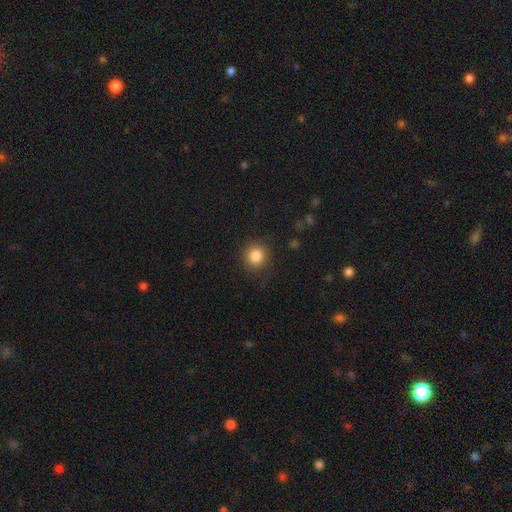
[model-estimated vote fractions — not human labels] Morphology: type=smooth (84%); roundness=round (89%); merging=none (86%).